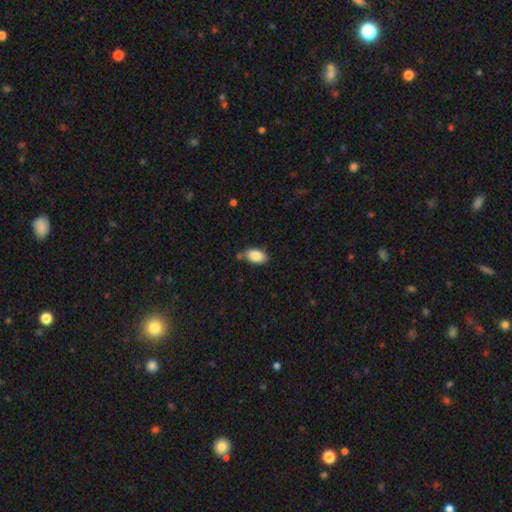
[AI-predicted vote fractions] This appears to be a smooth galaxy with no disk features (86%) that is in between round and cigar-shaped (92%). Merging: none (74%).